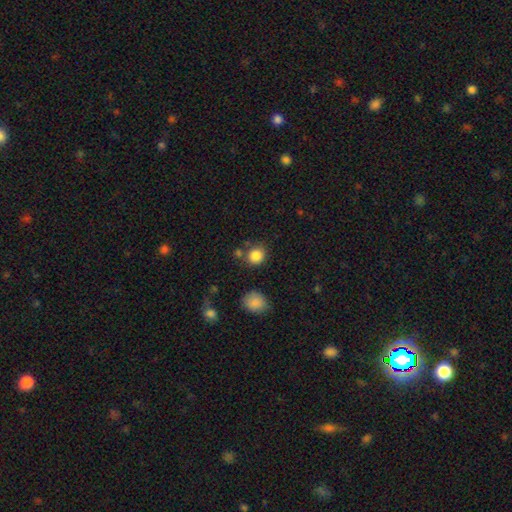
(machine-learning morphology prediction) This appears to be a smooth galaxy with no disk features (85%) that is round (84%). Merging: none (73%).